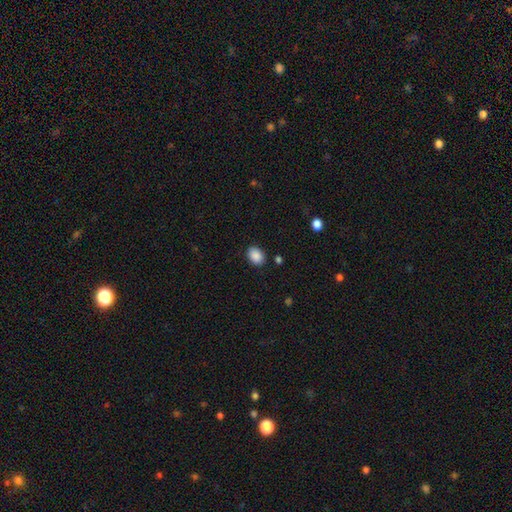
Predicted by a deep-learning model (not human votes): This is clearly a smooth galaxy (89%). How rounded: likely in between (67%). Merging: clearly none (86%).